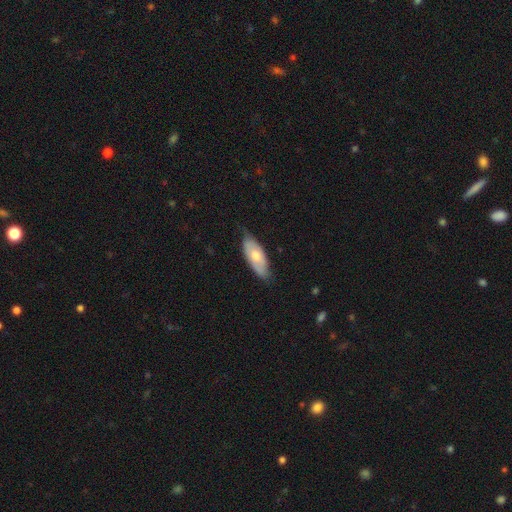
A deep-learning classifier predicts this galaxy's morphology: type=smooth (54%); roundness=in between (82%); merging=none (70%).